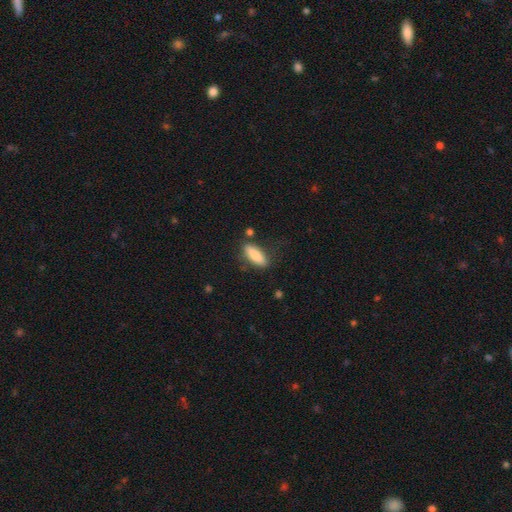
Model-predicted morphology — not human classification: Q: Smooth or featured?
A: smooth (84%); runner-up: featured or disk (10%)
Q: How rounded?
A: in between (62%); runner-up: cigar-shaped (36%)
Q: Merging?
A: none (77%); runner-up: minor disturbance (15%)